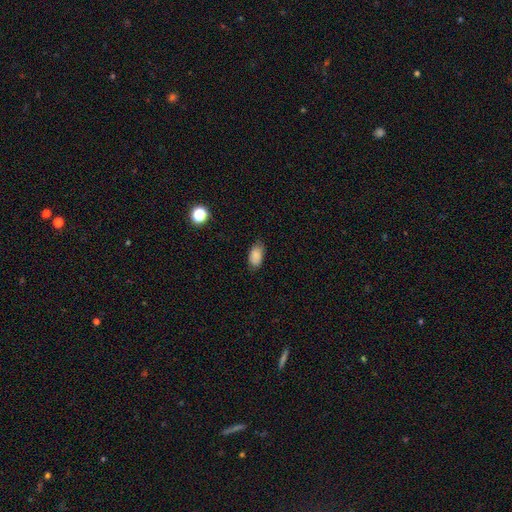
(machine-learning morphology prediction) The model was most divided on "merging": none: 78%, minor disturbance: 18%, major disturbance: 3%, merger: 1%. More confident: how rounded — in between (93%); smooth or featured — smooth (87%).